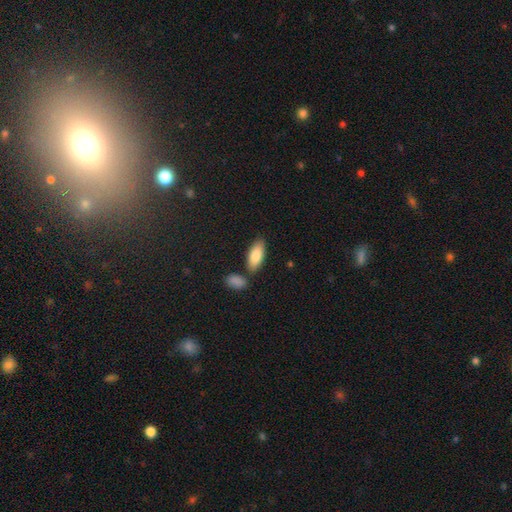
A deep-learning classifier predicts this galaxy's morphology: Q: Smooth or featured?
A: smooth (85%); runner-up: featured or disk (9%)
Q: How rounded?
A: in between (86%); runner-up: cigar-shaped (12%)
Q: Merging?
A: none (74%); runner-up: minor disturbance (12%)